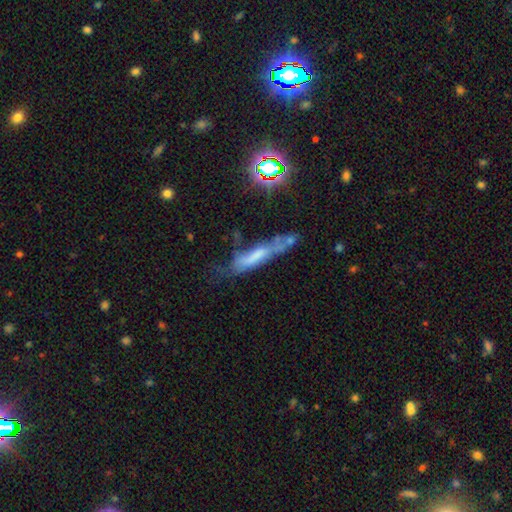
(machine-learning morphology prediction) Smooth or featured?
  - smooth: 45% *
  - featured or disk: 40%
  - star or artifact: 15%
Merging?
  - none: 38% *
  - minor disturbance: 29%
  - major disturbance: 21%
  - merger: 12%